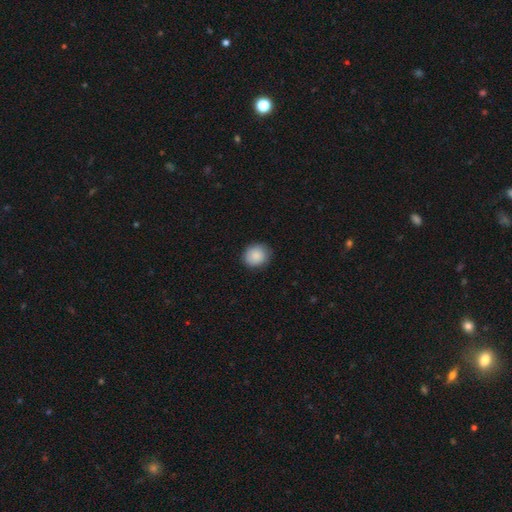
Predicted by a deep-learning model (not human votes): smooth 88%, star or artifact 7%, featured or disk 5%. Down the decision tree: how rounded — round (81%); merging — none (87%).